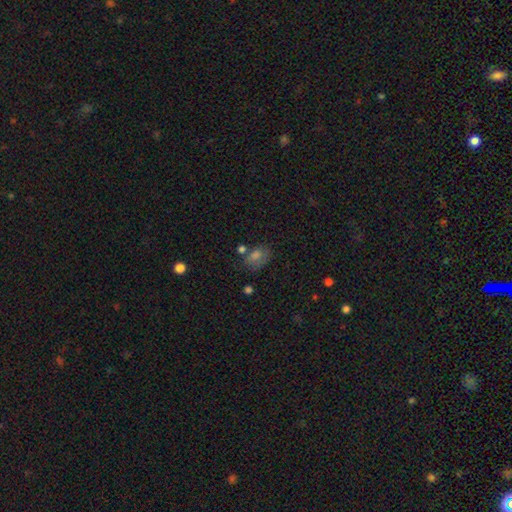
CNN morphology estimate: Q: Smooth or featured?
A: smooth (64%); runner-up: star or artifact (20%)
Q: How rounded?
A: in between (69%); runner-up: round (29%)
Q: Merging?
A: none (58%); runner-up: minor disturbance (21%)